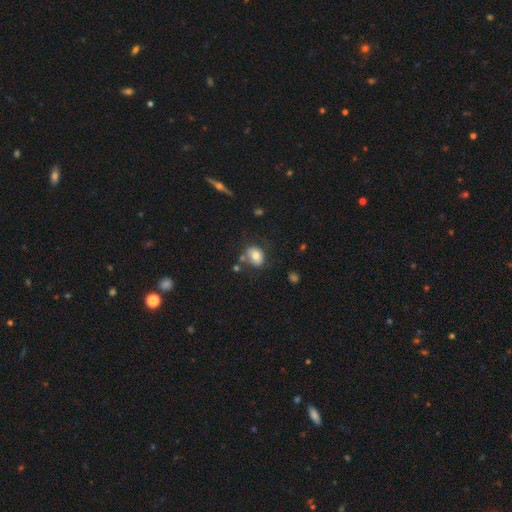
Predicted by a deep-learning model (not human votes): Smooth or featured? smooth (70%)
How rounded? in between (52%)
Merging? none (65%)